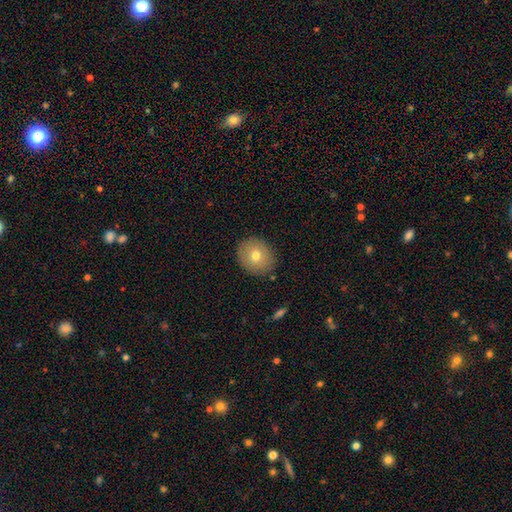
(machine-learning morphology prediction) The model was most divided on "how rounded": round: 69%, in between: 30%, cigar-shaped: 1%. More confident: merging — none (87%); smooth or featured — smooth (71%).